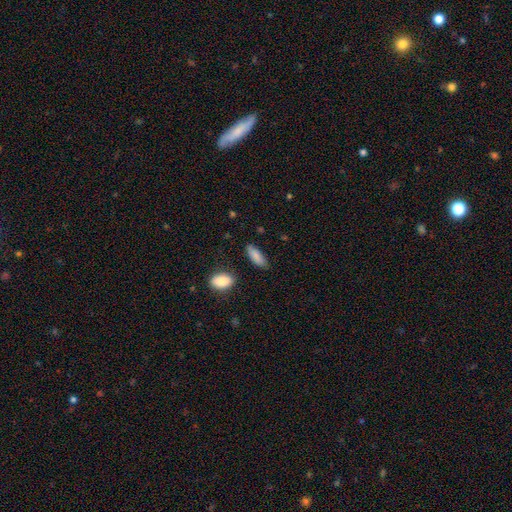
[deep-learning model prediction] Smooth or featured: smooth — 85% (featured or disk — 8%)
How rounded: in between — 69% (cigar-shaped — 28%)
Merging: none — 80% (minor disturbance — 15%)